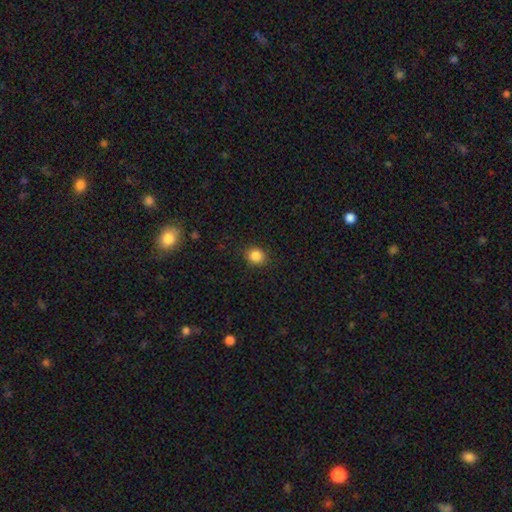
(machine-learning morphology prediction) Smooth or featured?
  - smooth: 86% *
  - star or artifact: 10%
  - featured or disk: 4%
How rounded?
  - round: 80% *
  - in between: 19%
  - cigar-shaped: 1%
Merging?
  - none: 89% *
  - minor disturbance: 8%
  - major disturbance: 2%
  - merger: 1%